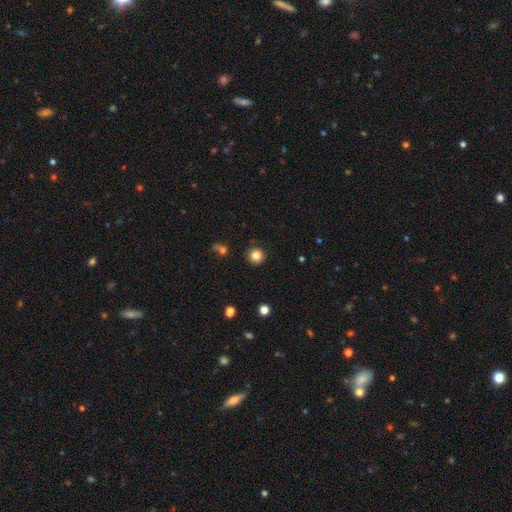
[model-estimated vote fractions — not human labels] Smooth or featured? Predicted: smooth (p=0.84). How rounded? Predicted: round (p=0.95). Merging? Predicted: none (p=0.90).